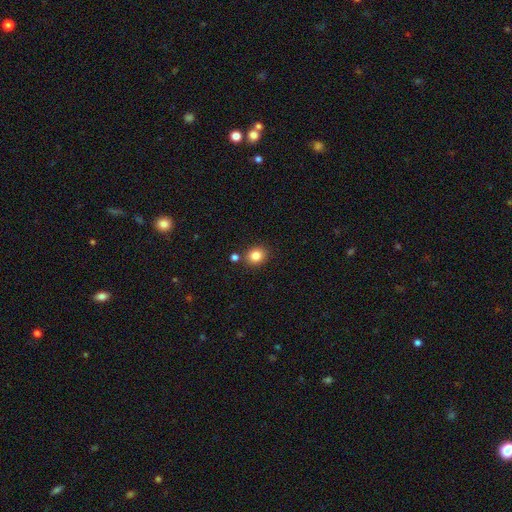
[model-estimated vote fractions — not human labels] Smooth or featured? Predicted: smooth (p=0.84). How rounded? Predicted: round (p=0.69). Merging? Predicted: none (p=0.82).